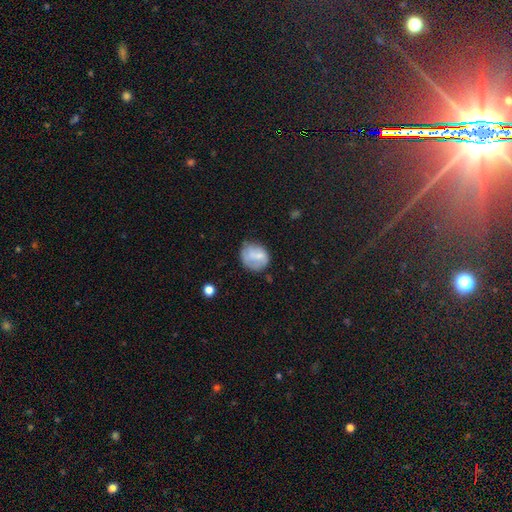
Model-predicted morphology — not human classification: A smooth galaxy with no disk features (67%) that is round (72%).

Vote fractions:
- Smooth or featured? smooth: 67% / featured or disk: 25% / star or artifact: 8%
- How rounded? round: 72% / in between: 27% / cigar-shaped: 1%
- Merging? none: 58% / minor disturbance: 28% / major disturbance: 12% / merger: 2%